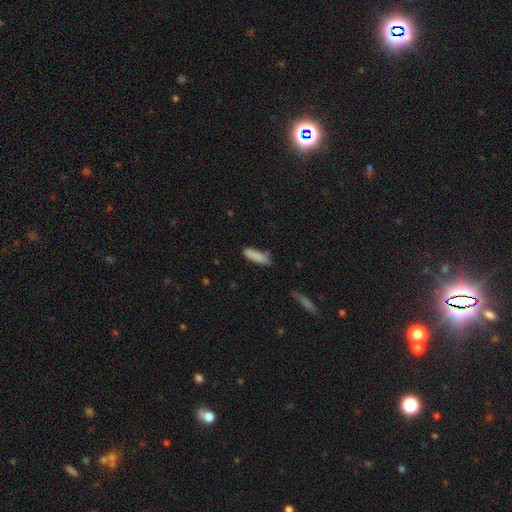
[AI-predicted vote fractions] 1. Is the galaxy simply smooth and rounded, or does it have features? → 85% smooth, 7% featured or disk, 7% star or artifact.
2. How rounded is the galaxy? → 56% cigar-shaped, 42% in between, 2% round.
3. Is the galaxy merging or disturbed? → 65% none, 24% minor disturbance, 5% merger, 5% major disturbance.